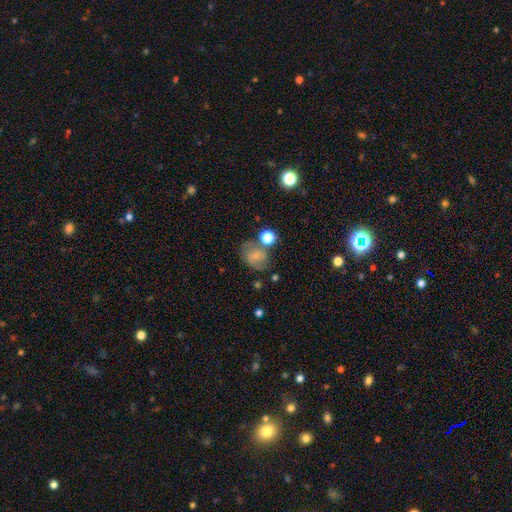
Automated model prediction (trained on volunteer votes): Morphology: type=smooth (58%); roundness=in between (50%); merging=none (51%).